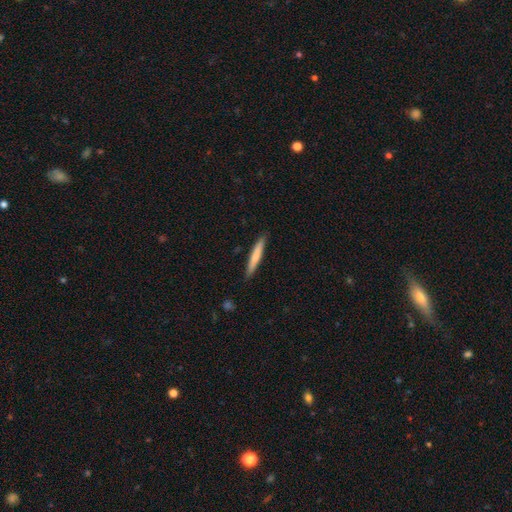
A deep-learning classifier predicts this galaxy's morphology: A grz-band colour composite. It shows a smooth galaxy with no disk features (72%) that is cigar-shaped (95%). Merging: none (89%).